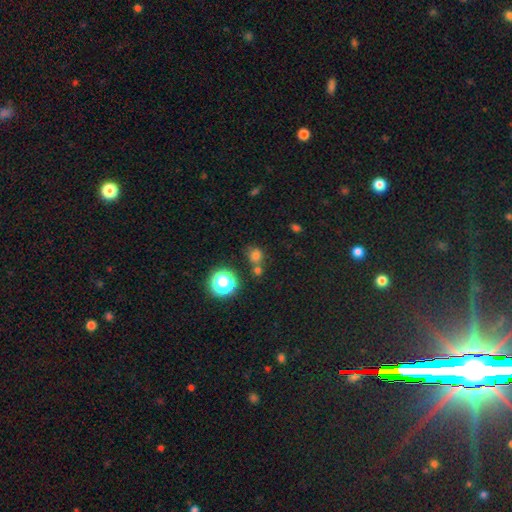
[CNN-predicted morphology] type=smooth (69%); roundness=round (81%); merging=none (62%).